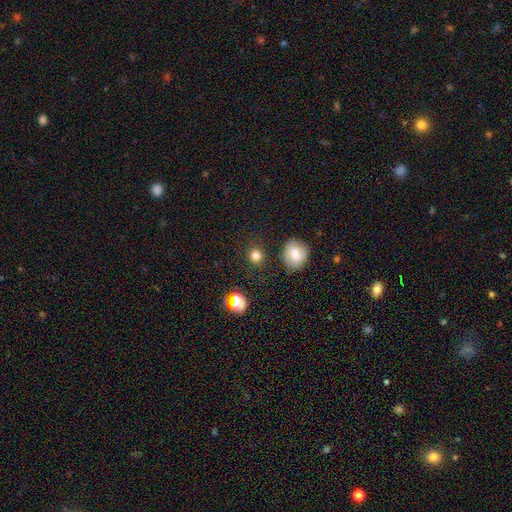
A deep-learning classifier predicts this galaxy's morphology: This is likely a smooth galaxy (79%). How rounded: clearly round (82%). Merging: clearly none (83%).